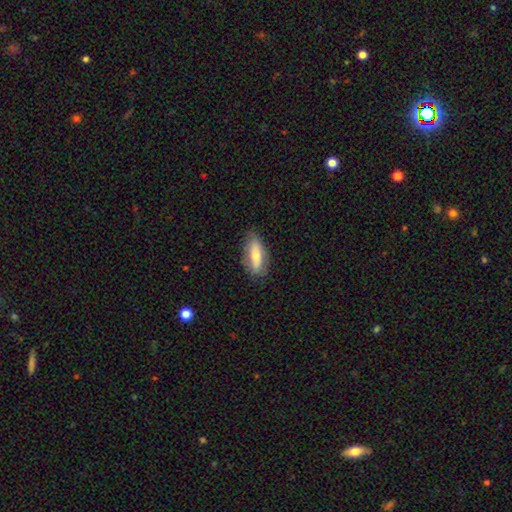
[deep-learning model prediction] Smooth or featured? Predicted: smooth (p=0.63). How rounded? Predicted: in between (p=0.67). Merging? Predicted: none (p=0.80).